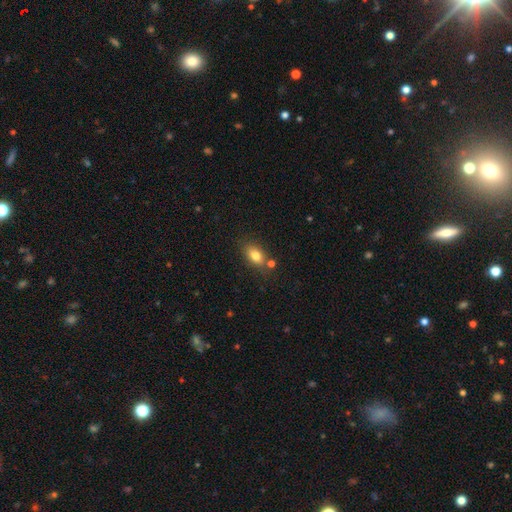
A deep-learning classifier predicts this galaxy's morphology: smooth-or-featured: smooth: 80% | featured or disk: 11% | star or artifact: 9%
  how-rounded: in between: 83% | round: 14% | cigar-shaped: 3%
  merging: none: 70% | minor disturbance: 14% | merger: 12% | major disturbance: 4%